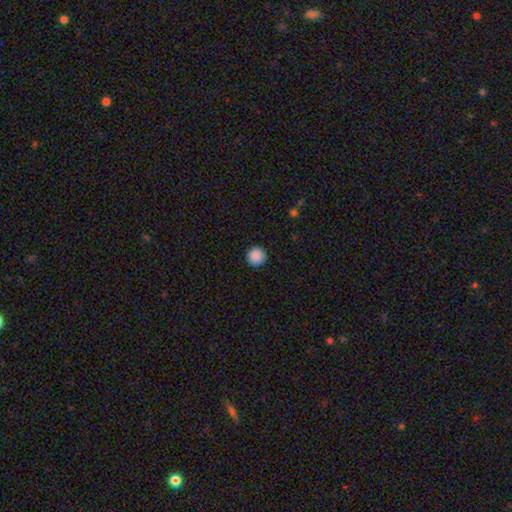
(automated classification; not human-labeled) Smooth or featured?
  - smooth: 89% *
  - star or artifact: 9%
  - featured or disk: 2%
How rounded?
  - round: 96% *
  - in between: 3%
  - cigar-shaped: 1%
Merging?
  - none: 92% *
  - minor disturbance: 5%
  - major disturbance: 2%
  - merger: 1%